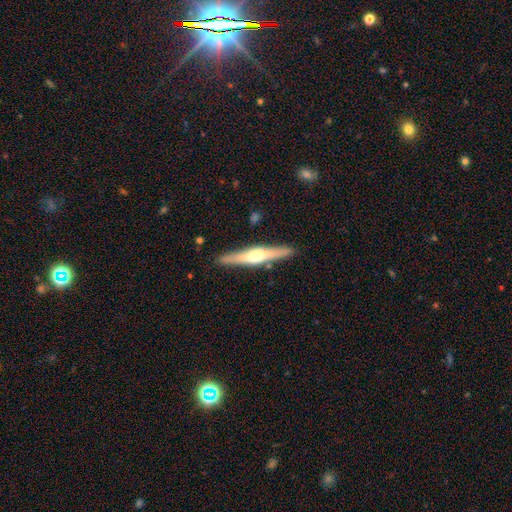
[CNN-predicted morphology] Smooth or featured: featured or disk — 68% (smooth — 27%)
Edge-on disk: yes — 97% (no — 3%)
Edge-on bulge: rounded — 84% (boxy — 11%)
Merging: none — 89% (minor disturbance — 8%)